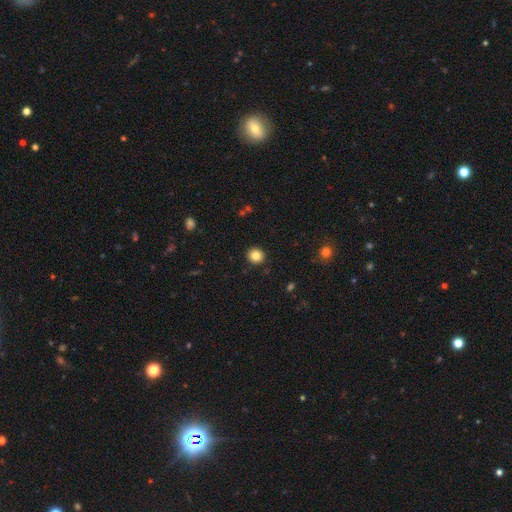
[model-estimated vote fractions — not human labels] Morphology: type=smooth (83%); roundness=round (88%); merging=none (92%).